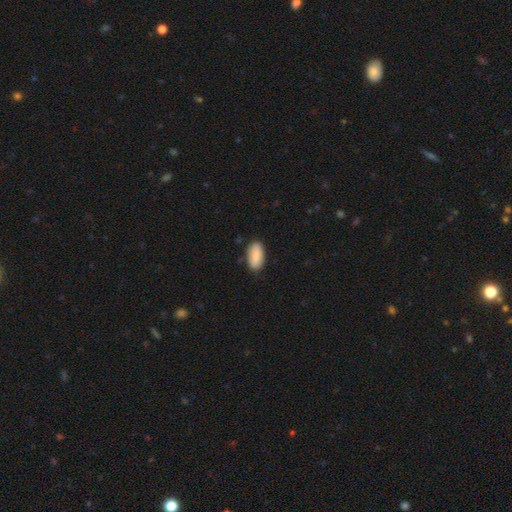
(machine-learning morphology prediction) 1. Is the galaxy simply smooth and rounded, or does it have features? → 88% smooth, 6% featured or disk, 6% star or artifact.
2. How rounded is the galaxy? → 92% in between, 6% cigar-shaped, 2% round.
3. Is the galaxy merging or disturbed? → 84% none, 12% minor disturbance, 2% major disturbance, 1% merger.